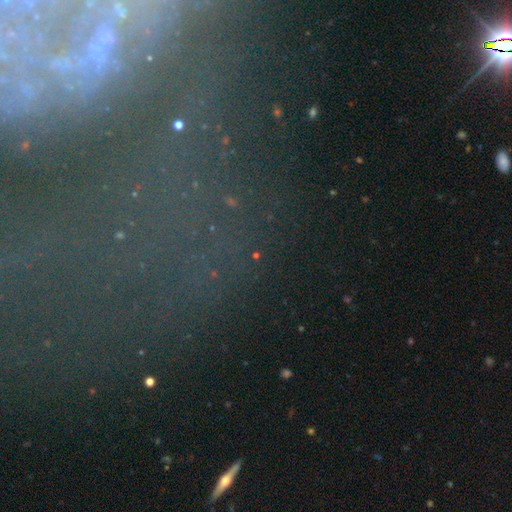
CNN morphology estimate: The model was most divided on "smooth or featured": star or artifact: 73%, smooth: 15%, featured or disk: 13%.